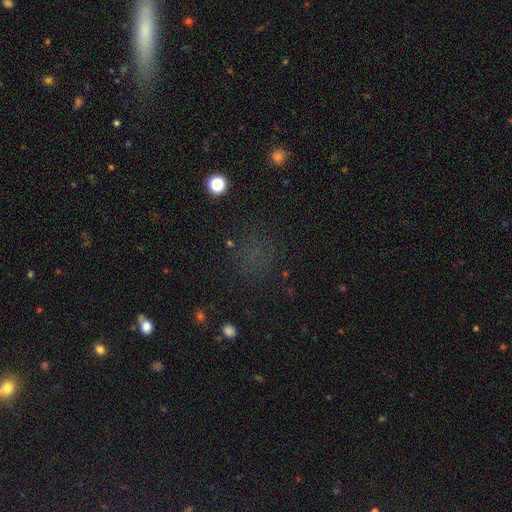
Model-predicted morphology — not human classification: smooth-or-featured: smooth: 49% | star or artifact: 42% | featured or disk: 9%
  merging: none: 78% | minor disturbance: 11% | major disturbance: 8% | merger: 3%